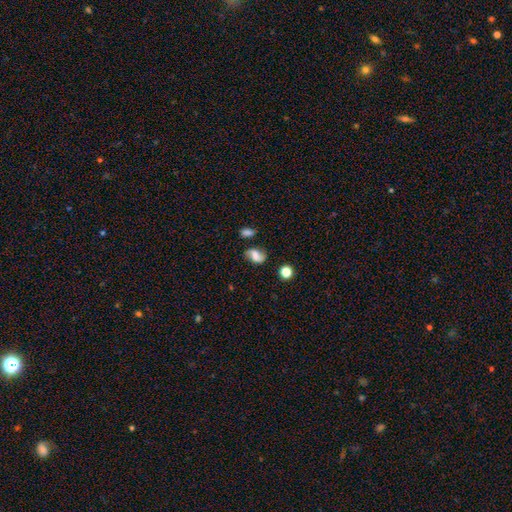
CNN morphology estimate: Smooth or featured: smooth — 45% (featured or disk — 44%)
Merging: none — 66% (minor disturbance — 21%)